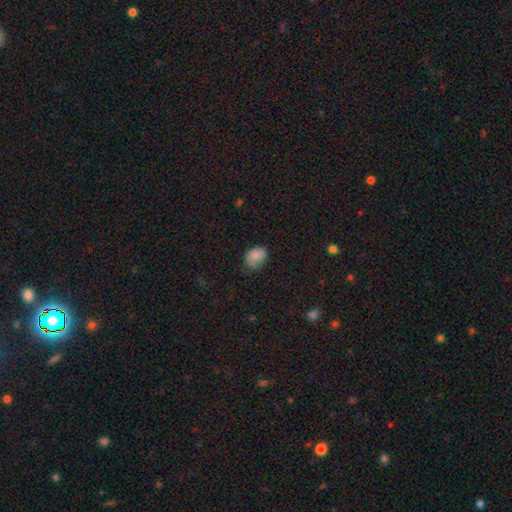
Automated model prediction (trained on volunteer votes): Smooth or featured?
  - smooth: 75% *
  - featured or disk: 15%
  - star or artifact: 10%
How rounded?
  - in between: 62% *
  - round: 37%
  - cigar-shaped: 1%
Merging?
  - none: 53% *
  - minor disturbance: 34%
  - major disturbance: 11%
  - merger: 2%